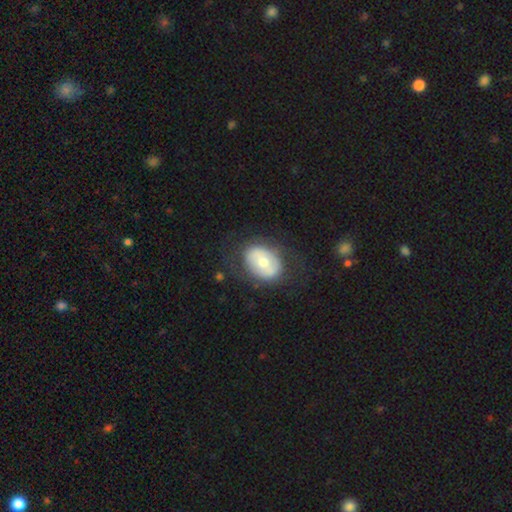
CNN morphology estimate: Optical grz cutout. It shows a smooth galaxy with no disk features (52%) that is in between round and cigar-shaped (69%). Merging: none (72%).